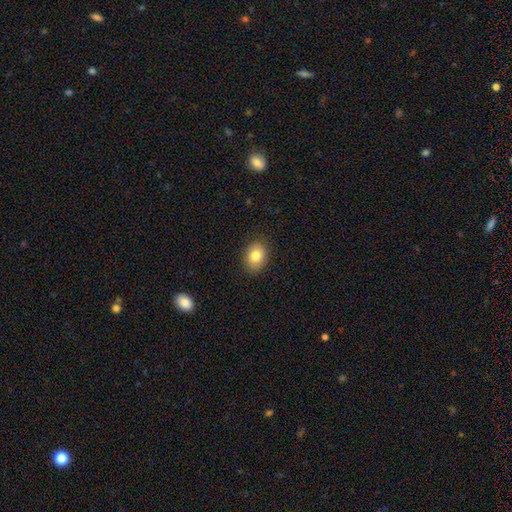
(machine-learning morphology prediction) A smooth galaxy with no disk features (82%) that is in between round and cigar-shaped (61%). Merging: none (87%).